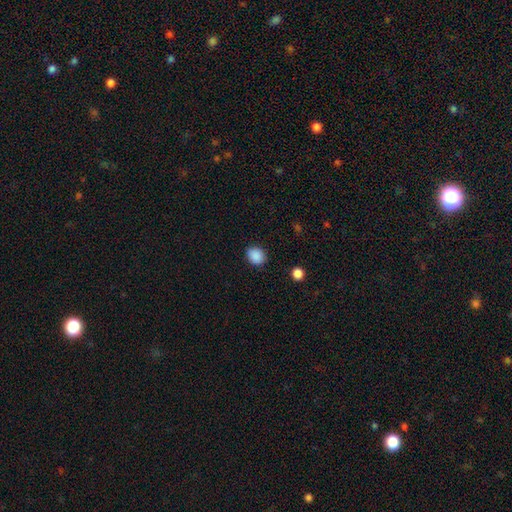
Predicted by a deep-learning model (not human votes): Q: Smooth or featured?
A: smooth (88%); runner-up: star or artifact (9%)
Q: How rounded?
A: round (61%); runner-up: in between (38%)
Q: Merging?
A: none (86%); runner-up: minor disturbance (10%)